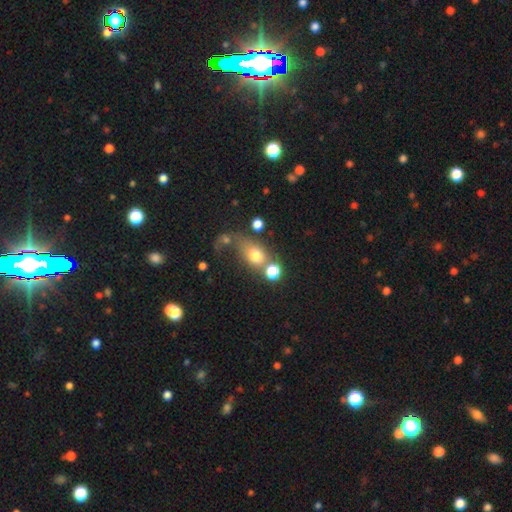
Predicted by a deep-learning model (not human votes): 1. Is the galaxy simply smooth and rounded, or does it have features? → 70% smooth, 16% featured or disk, 14% star or artifact.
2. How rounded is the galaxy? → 56% in between, 41% round, 3% cigar-shaped.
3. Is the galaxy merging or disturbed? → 33% merger, 30% none, 23% major disturbance, 15% minor disturbance.